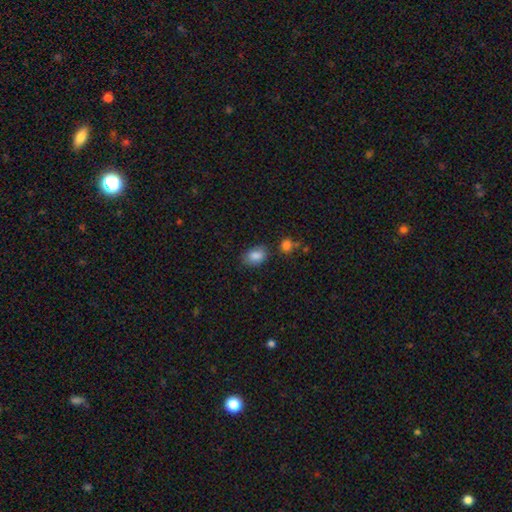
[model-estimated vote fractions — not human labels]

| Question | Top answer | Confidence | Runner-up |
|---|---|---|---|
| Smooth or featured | smooth | 85% | star or artifact (9%) |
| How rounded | in between | 77% | round (21%) |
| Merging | none | 70% | minor disturbance (20%) |